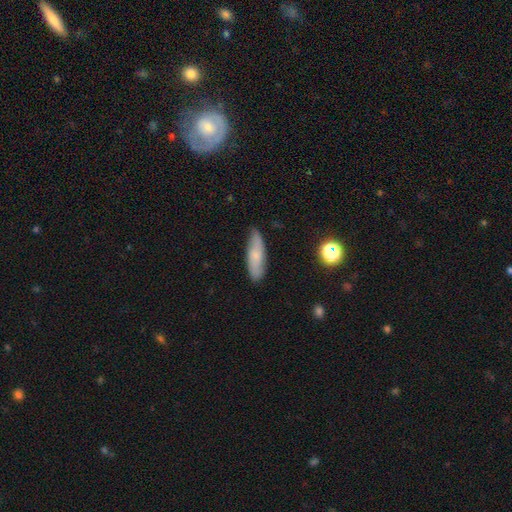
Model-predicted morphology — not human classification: smooth 66%, featured or disk 26%, star or artifact 8%. Down the decision tree: how rounded — cigar-shaped (51%); merging — none (81%).